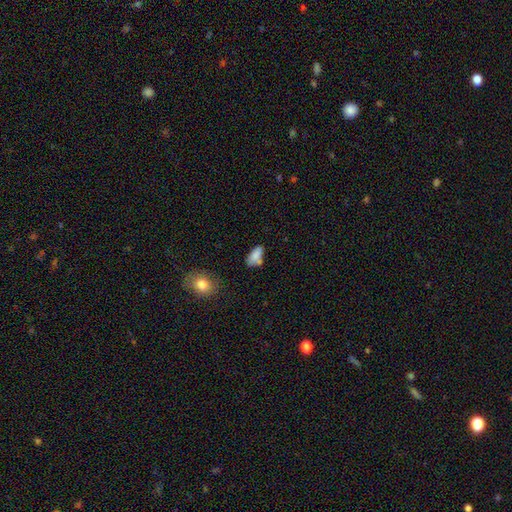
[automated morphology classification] type=smooth (82%); roundness=in between (87%); merging=none (55%).